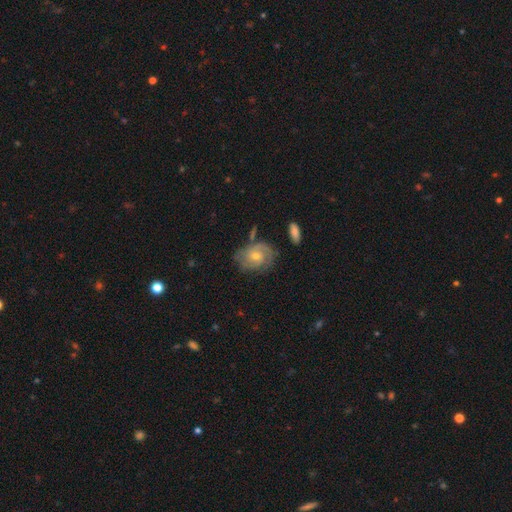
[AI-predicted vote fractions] Smooth or featured?
  - featured or disk: 78% *
  - smooth: 15%
  - star or artifact: 8%
Edge-on disk?
  - no: 97% *
  - yes: 3%
Bar?
  - no: 69% *
  - weak: 27%
  - strong: 4%
Spiral arms?
  - yes: 93% *
  - no: 7%
Spiral winding?
  - tight: 59% *
  - medium: 33%
  - loose: 9%
Spiral arm count?
  - 2: 47% *
  - can't tell: 23%
  - 3: 18%
  - 1: 5%
  - 4: 4%
  - more than 4: 3%
Bulge size?
  - moderate: 52% *
  - small: 44%
  - large: 2%
  - none: 1%
  - dominant: 1%
Merging?
  - none: 71% *
  - minor disturbance: 18%
  - major disturbance: 7%
  - merger: 4%